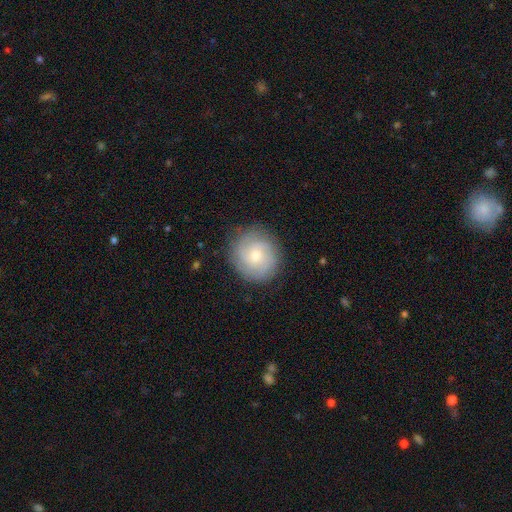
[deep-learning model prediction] This appears to be a featured or disk galaxy (66%) with no bar (66%), tight (65%) spiral arms (93%) and a small central bulge (49%). Merging: none (85%).